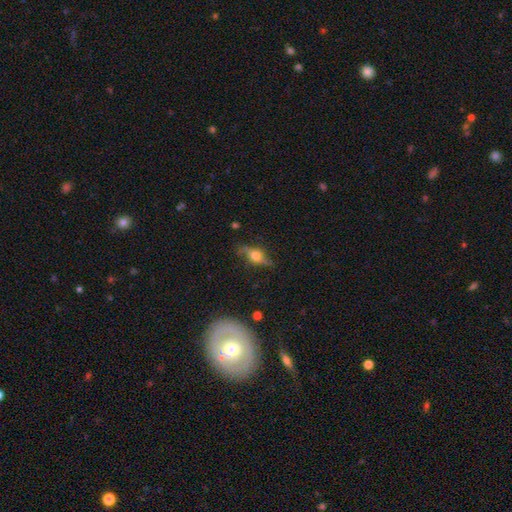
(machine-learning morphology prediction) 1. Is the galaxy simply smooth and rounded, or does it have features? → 61% featured or disk, 30% smooth, 10% star or artifact.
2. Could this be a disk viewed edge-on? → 73% yes, 27% no.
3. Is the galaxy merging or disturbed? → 71% none, 20% minor disturbance, 7% major disturbance, 2% merger.